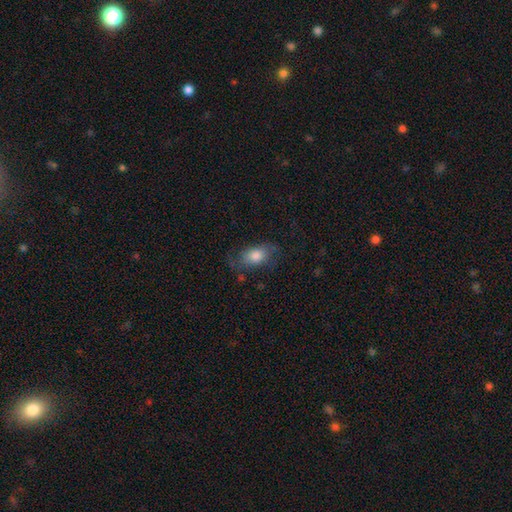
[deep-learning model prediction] The model was most divided on "merging": none: 61%, minor disturbance: 25%, major disturbance: 12%, merger: 2%. More confident: how rounded — in between (85%); smooth or featured — smooth (75%).